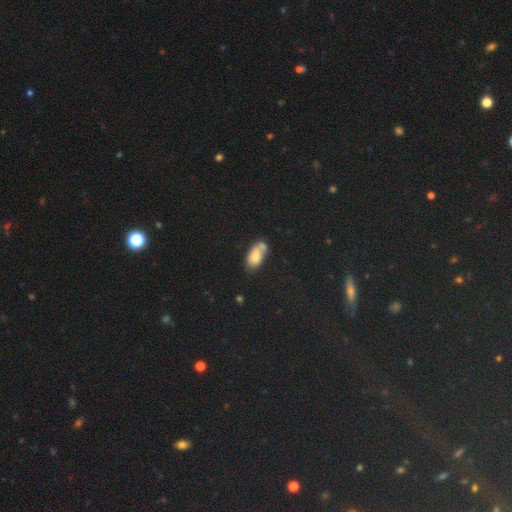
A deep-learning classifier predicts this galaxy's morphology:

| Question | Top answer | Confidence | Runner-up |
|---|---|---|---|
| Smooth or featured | smooth | 75% | featured or disk (13%) |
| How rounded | in between | 89% | round (6%) |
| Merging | none | 37% | merger (36%) |